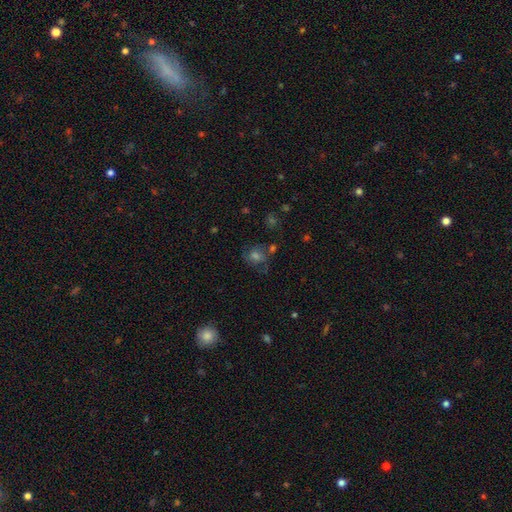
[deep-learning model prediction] Smooth or featured? Predicted: smooth (p=0.37, tied with featured or disk). Merging? Predicted: none (p=0.65).